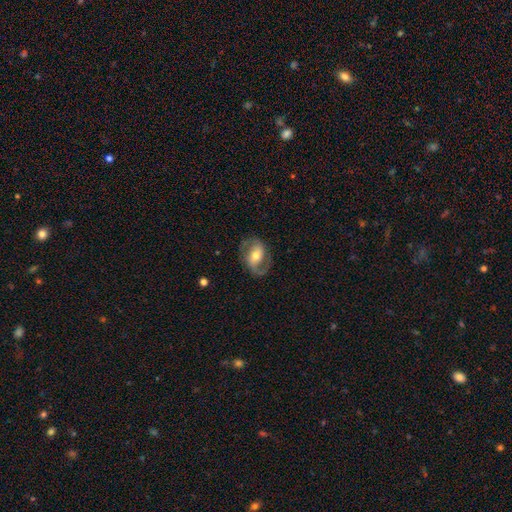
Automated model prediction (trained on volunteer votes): The model was most divided on "bar": weak: 38%, no: 31%, strong: 31%. More confident: edge-on disk — no (96%); spiral arms — yes (90%); spiral arm count — 2 (87%); smooth or featured — featured or disk (78%); merging — none (77%); bulge size — moderate (64%); spiral winding — medium (51%).